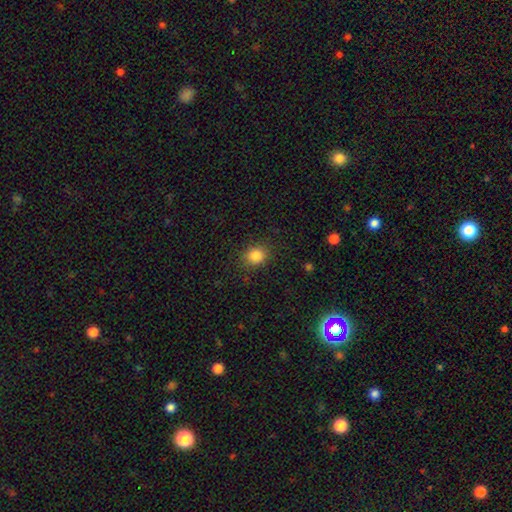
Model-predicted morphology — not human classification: smooth_or_featured: smooth (p=0.84) [alt: star or artifact p=0.11]
how_rounded: round (p=0.66) [alt: in between p=0.33]
merging: none (p=0.86) [alt: minor disturbance p=0.10]